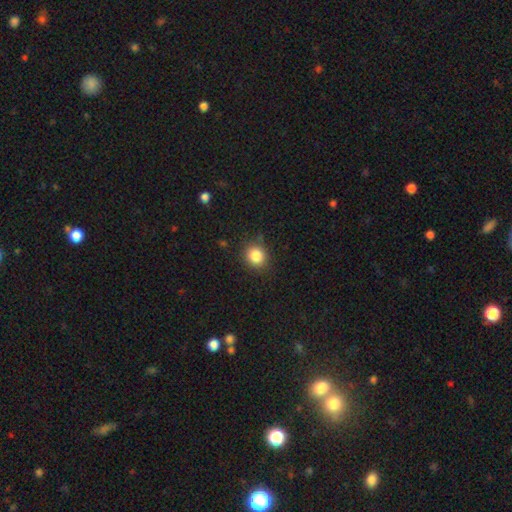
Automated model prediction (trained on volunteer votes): Smooth or featured? Predicted: smooth (p=0.84). How rounded? Predicted: round (p=0.79). Merging? Predicted: none (p=0.85).